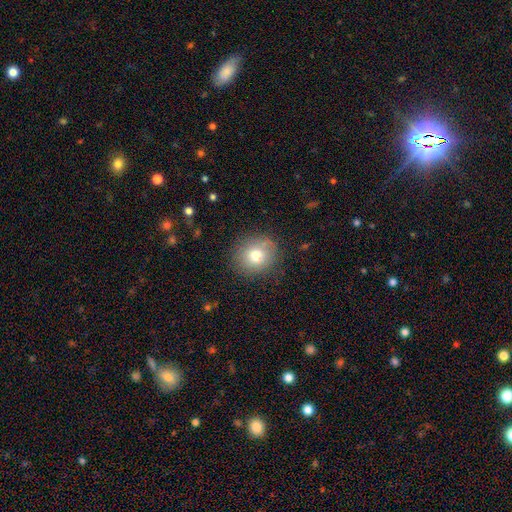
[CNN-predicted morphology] A smooth galaxy with no disk features (75%) that is round (82%).

Vote fractions:
- Smooth or featured? smooth: 75% / featured or disk: 14% / star or artifact: 12%
- How rounded? round: 82% / in between: 17% / cigar-shaped: 1%
- Merging? none: 83% / minor disturbance: 12% / major disturbance: 4% / merger: 1%